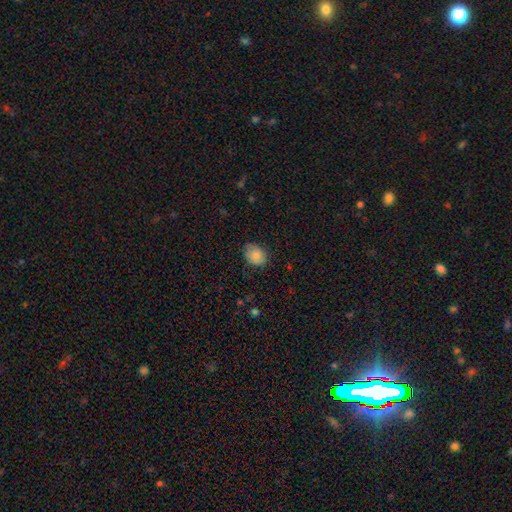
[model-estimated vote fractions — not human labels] smooth_or_featured: smooth (p=0.83) [alt: featured or disk p=0.09]
how_rounded: in between (p=0.56) [alt: round p=0.43]
merging: none (p=0.72) [alt: minor disturbance p=0.23]